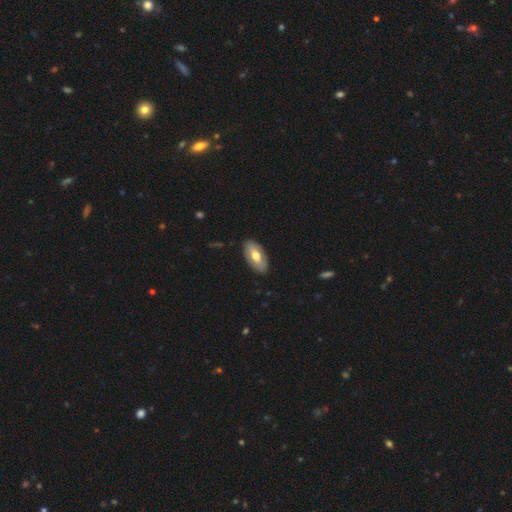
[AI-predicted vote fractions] This is likely a smooth galaxy (60%). How rounded: clearly in between (93%). Merging: clearly none (87%).